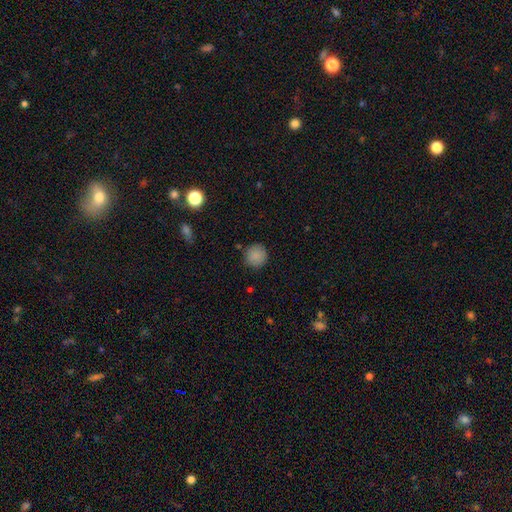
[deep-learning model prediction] The model was most divided on "smooth or featured": smooth: 87%, star or artifact: 9%, featured or disk: 4%. More confident: how rounded — round (93%); merging — none (87%).